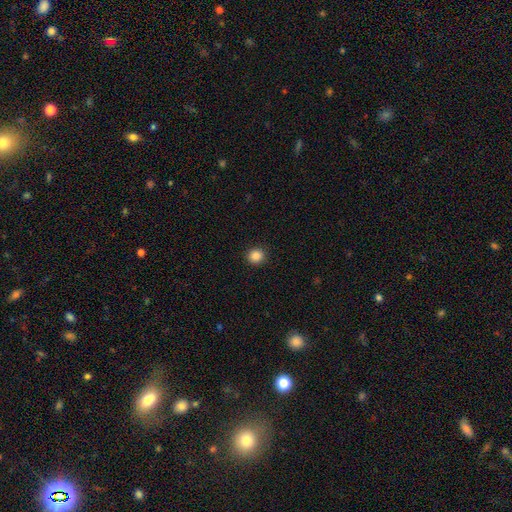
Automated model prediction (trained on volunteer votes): This appears to be a smooth galaxy with no disk features (87%) that is round (91%). Merging: none (93%).